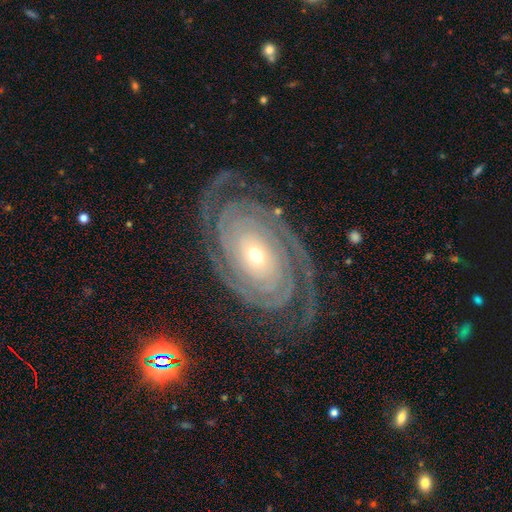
A featured or disk galaxy (95%) with no bar (77%), 2 (62%) tight (100%) spiral arms (97%) and a small central bulge (74%).

Vote fractions:
- Smooth or featured? featured or disk: 95% / star or artifact: 5% / smooth: 0%
- Edge-on disk? no: 97% / yes: 3%
- Bar? no: 77% / strong: 14% / weak: 9%
- Spiral arms? yes: 97% / no: 3%
- Spiral winding? tight: 100% / medium: 0% / loose: 0%
- Spiral arm count? 2: 62% / 3: 15% / can't tell: 15% / 4: 9% / 1: 0% / more than 4: 0%
- Bulge size? small: 74% / moderate: 23% / dominant: 3% / large: 0% / none: 0%
- Merging? none: 86% / minor disturbance: 8% / major disturbance: 6% / merger: 0%